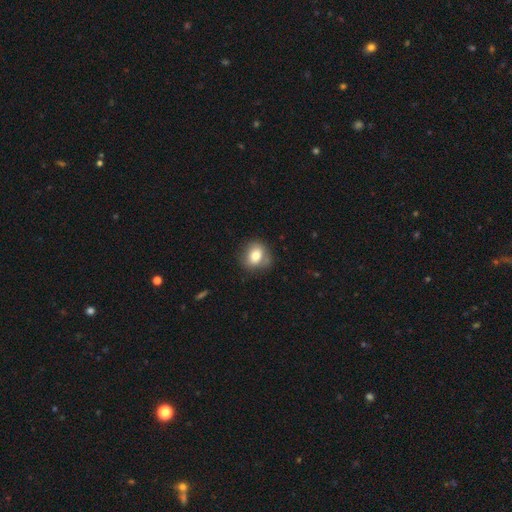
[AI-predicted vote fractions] smooth-or-featured: smooth: 75% | featured or disk: 16% | star or artifact: 9%
  how-rounded: round: 60% | in between: 39% | cigar-shaped: 1%
  merging: none: 71% | minor disturbance: 20% | major disturbance: 5% | merger: 4%